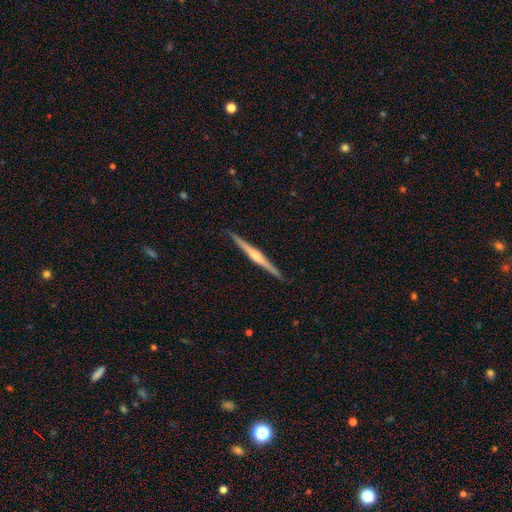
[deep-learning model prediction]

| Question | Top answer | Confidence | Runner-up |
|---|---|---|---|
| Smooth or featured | featured or disk | 80% | smooth (15%) |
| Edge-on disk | yes | 99% | no (1%) |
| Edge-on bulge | rounded | 81% | none (12%) |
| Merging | none | 91% | minor disturbance (6%) |